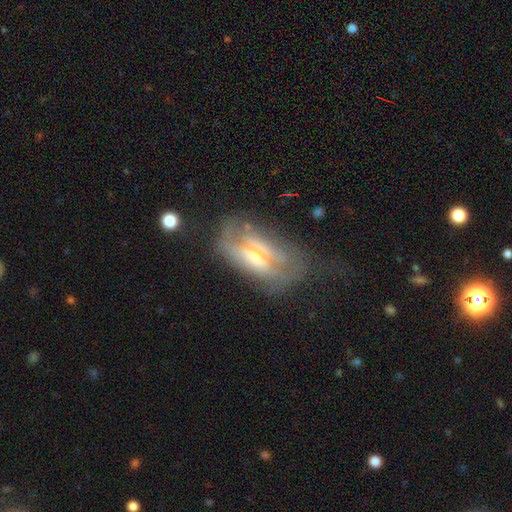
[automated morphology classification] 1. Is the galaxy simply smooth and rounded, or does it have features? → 60% featured or disk, 32% smooth, 9% star or artifact.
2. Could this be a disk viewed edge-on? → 56% no, 44% yes.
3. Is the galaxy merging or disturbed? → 44% none, 26% major disturbance, 26% minor disturbance, 4% merger.